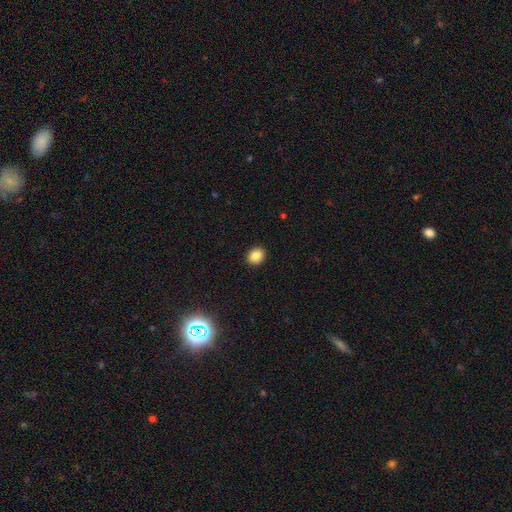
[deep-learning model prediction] This is clearly a smooth galaxy (86%). How rounded: likely round (68%). Merging: clearly none (92%).